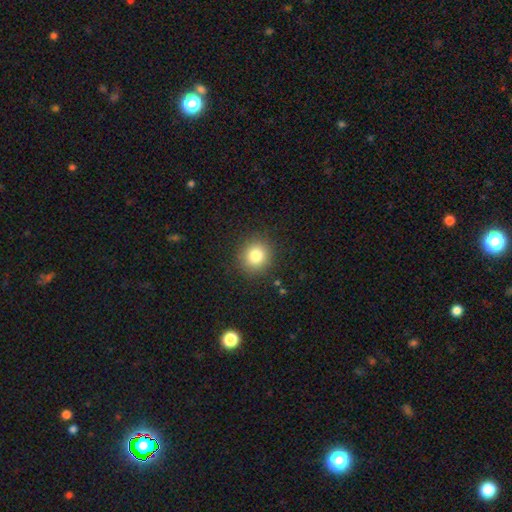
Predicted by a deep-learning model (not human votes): smooth-or-featured: smooth: 81% | star or artifact: 11% | featured or disk: 8%
  how-rounded: round: 90% | in between: 9% | cigar-shaped: 1%
  merging: none: 90% | minor disturbance: 7% | major disturbance: 3% | merger: 1%